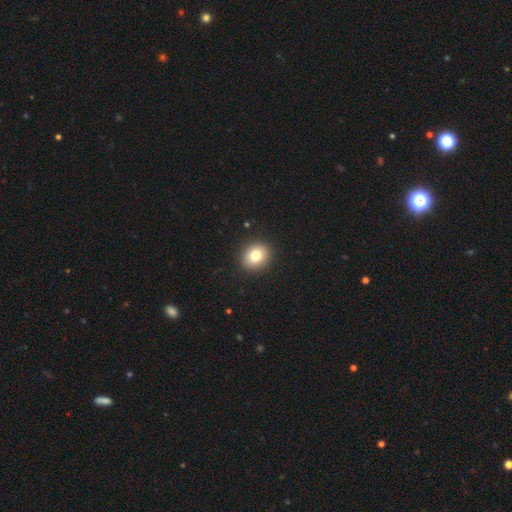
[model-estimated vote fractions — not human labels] A smooth galaxy with no disk features (79%) that is round (75%).

Vote fractions:
- Smooth or featured? smooth: 79% / star or artifact: 10% / featured or disk: 10%
- How rounded? round: 75% / in between: 24% / cigar-shaped: 1%
- Merging? none: 91% / minor disturbance: 6% / major disturbance: 2% / merger: 1%